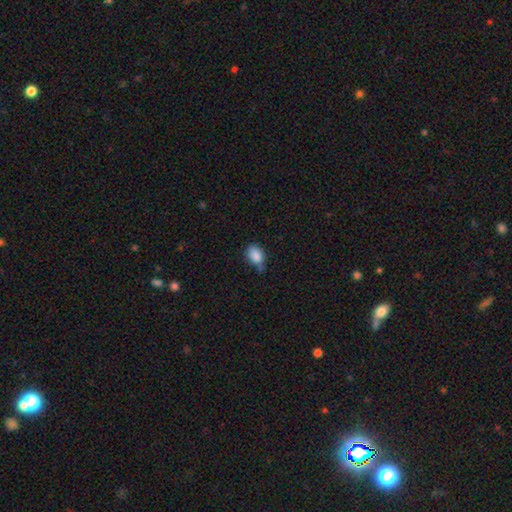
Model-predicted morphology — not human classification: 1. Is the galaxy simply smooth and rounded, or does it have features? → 86% smooth, 8% star or artifact, 5% featured or disk.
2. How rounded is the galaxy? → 82% in between, 17% round, 2% cigar-shaped.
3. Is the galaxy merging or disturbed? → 55% none, 32% minor disturbance, 7% merger, 6% major disturbance.